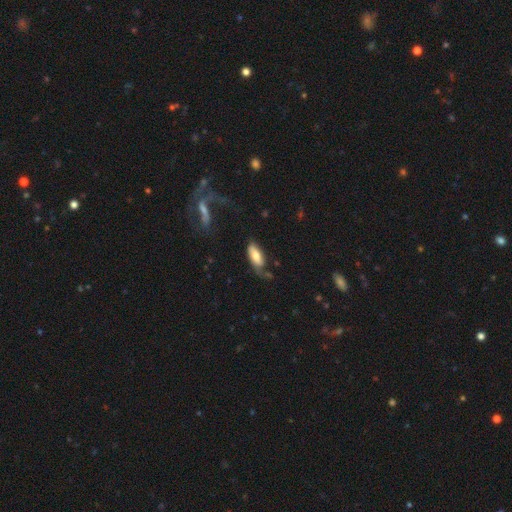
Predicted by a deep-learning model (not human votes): Smooth or featured: smooth — 67% (featured or disk — 27%)
How rounded: in between — 82% (cigar-shaped — 16%)
Merging: none — 44% (minor disturbance — 30%)